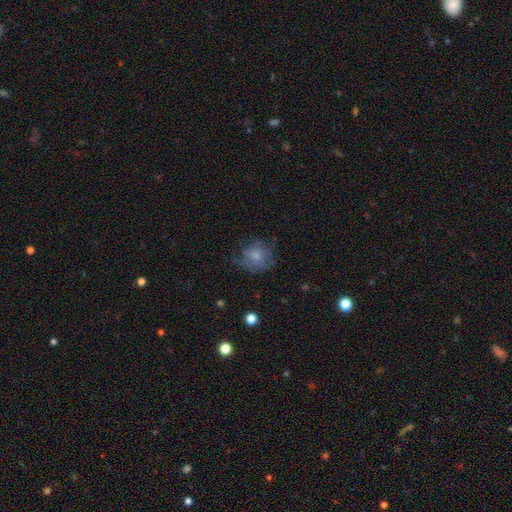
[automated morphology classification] Smooth or featured? smooth (62%)
How rounded? round (75%)
Merging? none (53%)